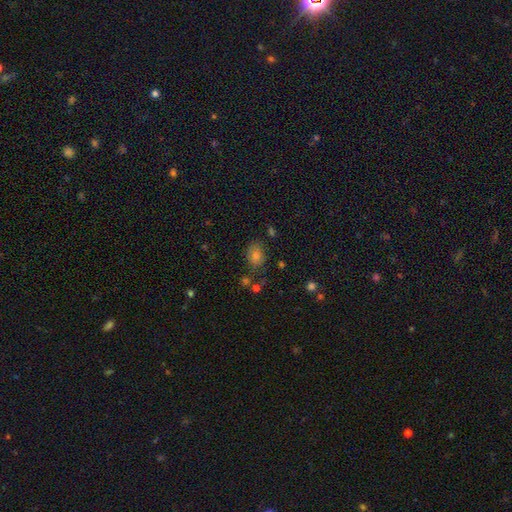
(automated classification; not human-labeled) Overall: smooth (70%). How rounded: in between (60%; round 39%). Merging: none (74%).